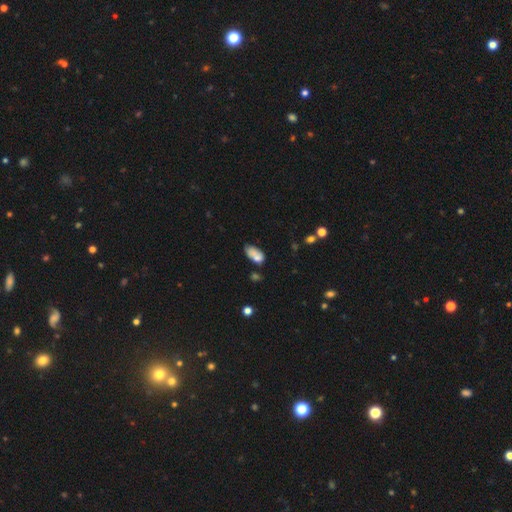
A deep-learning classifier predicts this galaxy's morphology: Smooth or featured: smooth — 71% (featured or disk — 19%)
How rounded: in between — 90% (round — 6%)
Merging: none — 38% (merger — 26%)